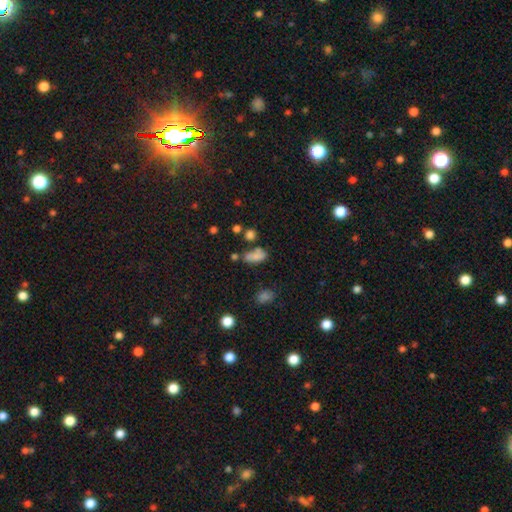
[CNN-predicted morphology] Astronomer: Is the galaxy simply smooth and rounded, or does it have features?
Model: smooth — 74%.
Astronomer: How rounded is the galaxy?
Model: in between — 82%.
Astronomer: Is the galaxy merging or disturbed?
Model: none — 47%.